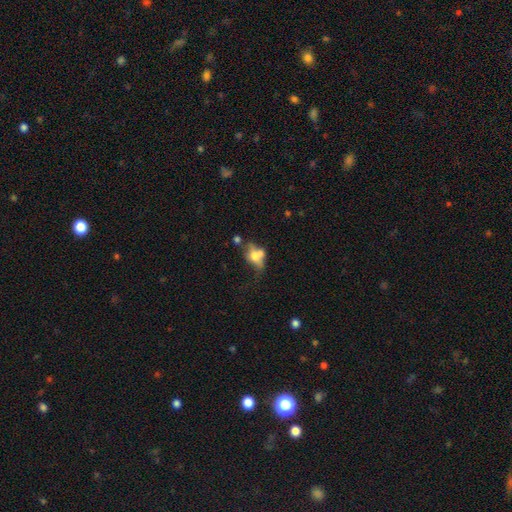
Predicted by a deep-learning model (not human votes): Smooth or featured?
  - smooth: 49% *
  - featured or disk: 39%
  - star or artifact: 12%
Merging?
  - none: 29% * (tied)
  - merger: 29% * (tied)
  - major disturbance: 22%
  - minor disturbance: 19%